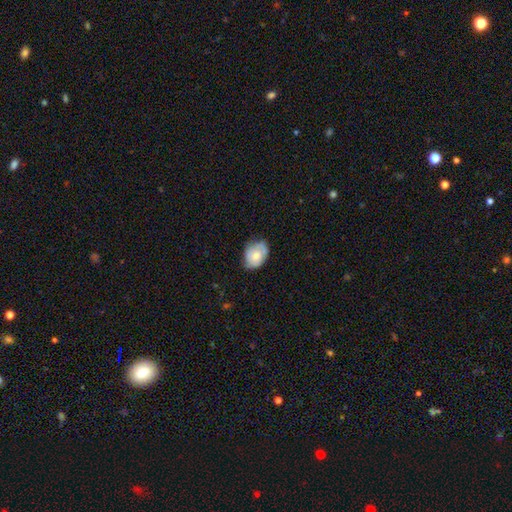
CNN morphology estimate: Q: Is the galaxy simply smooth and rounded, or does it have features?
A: smooth — 59%.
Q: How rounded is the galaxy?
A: in between — 66%.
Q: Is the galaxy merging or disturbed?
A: none — 62%.